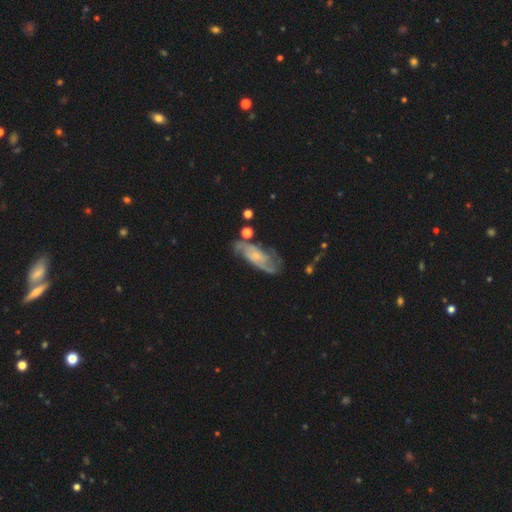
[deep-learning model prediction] smooth-or-featured: featured or disk: 81% | smooth: 13% | star or artifact: 6%
  disk-edge-on: no: 94% | yes: 6%
    bar: no: 63% | weak: 30% | strong: 7%
    has-spiral-arms: yes: 94% | no: 6%
      spiral-winding: medium: 47% | tight: 27% | loose: 26%
      spiral-arm-count: 2: 67% | can't tell: 14% | 3: 10% | 1: 3% | 4: 3% | more than 4: 2%
    bulge-size: small: 66% | moderate: 18% | none: 12% | large: 2% | dominant: 1%
  merging: none: 63% | minor disturbance: 21% | major disturbance: 11% | merger: 5%